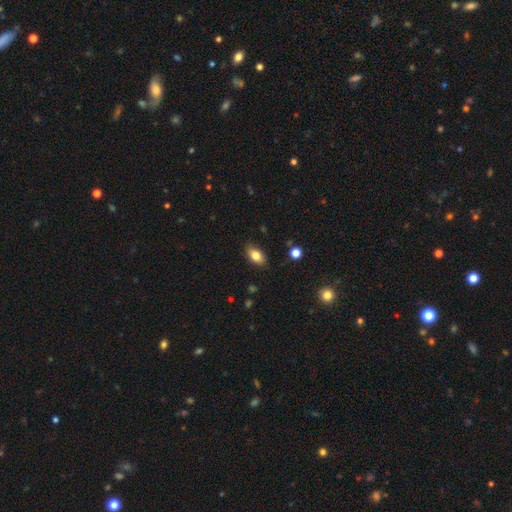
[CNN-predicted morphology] A smooth galaxy with no disk features (81%) that is in between round and cigar-shaped (88%).

Vote fractions:
- Smooth or featured? smooth: 81% / featured or disk: 11% / star or artifact: 8%
- How rounded? in between: 88% / round: 9% / cigar-shaped: 3%
- Merging? none: 85% / minor disturbance: 12% / major disturbance: 2% / merger: 1%